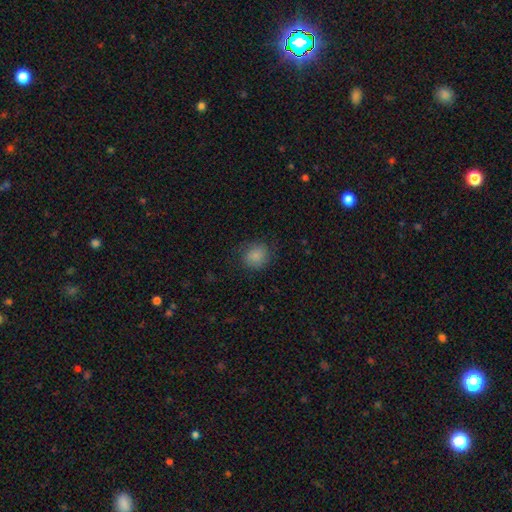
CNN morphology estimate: Overall: smooth (84%). How rounded: round (77%). Merging: none (78%).